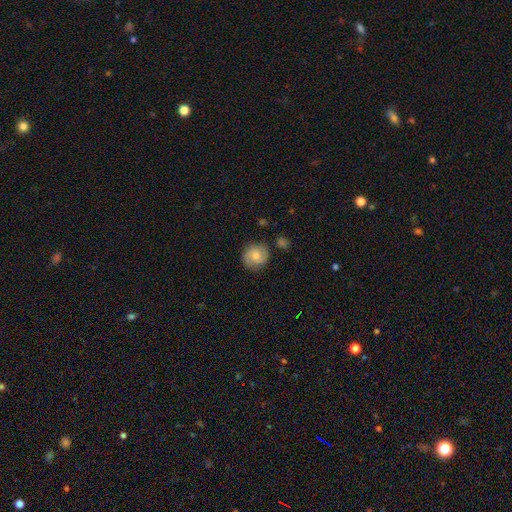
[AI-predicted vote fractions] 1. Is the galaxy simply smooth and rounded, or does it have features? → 59% smooth, 33% featured or disk, 8% star or artifact.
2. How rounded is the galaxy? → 88% round, 11% in between, 1% cigar-shaped.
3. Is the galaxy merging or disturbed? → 78% none, 15% minor disturbance, 4% major disturbance, 3% merger.